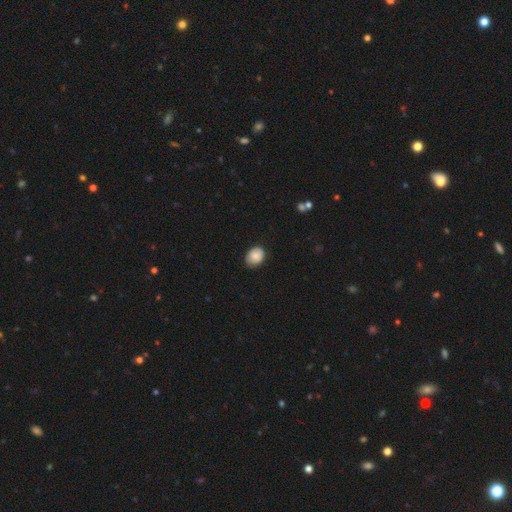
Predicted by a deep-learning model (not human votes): This appears to be a smooth galaxy with no disk features (84%) that is in between round and cigar-shaped (55%). Merging: none (81%).